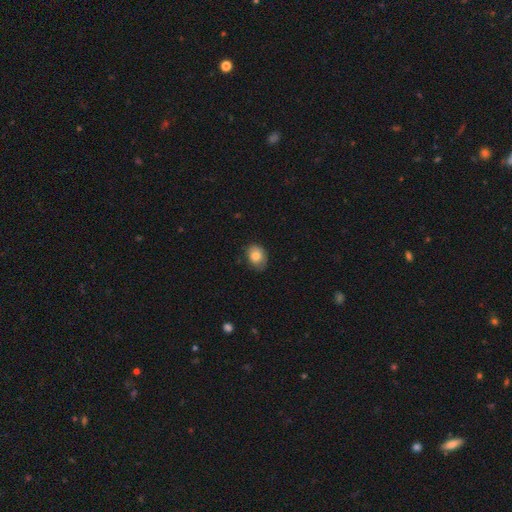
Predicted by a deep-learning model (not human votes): smooth-or-featured: smooth: 81% | featured or disk: 11% | star or artifact: 8%
  how-rounded: in between: 64% | round: 35% | cigar-shaped: 1%
  merging: none: 72% | minor disturbance: 22% | major disturbance: 4% | merger: 1%